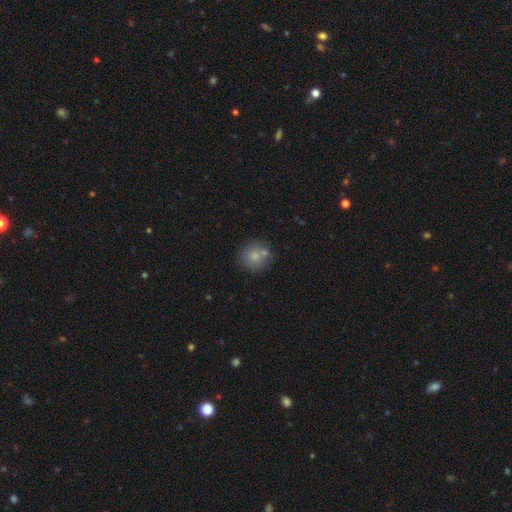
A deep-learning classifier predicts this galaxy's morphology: smooth 77%, featured or disk 13%, star or artifact 10%. Down the decision tree: how rounded — round (91%); merging — none (65%).